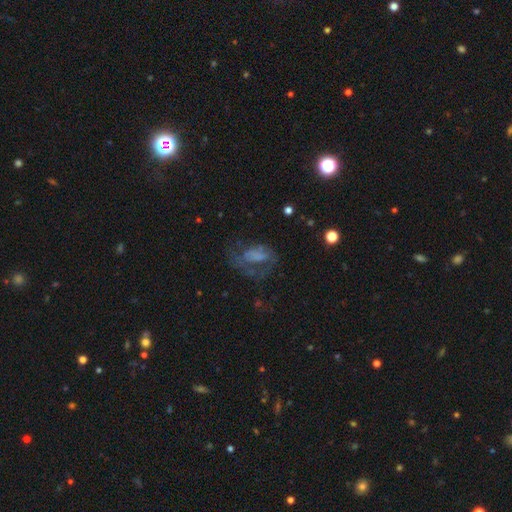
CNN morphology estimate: featured or disk 50%, smooth 35%, star or artifact 15%. Down the decision tree: edge-on disk — no (96%); merging — major disturbance (43%).